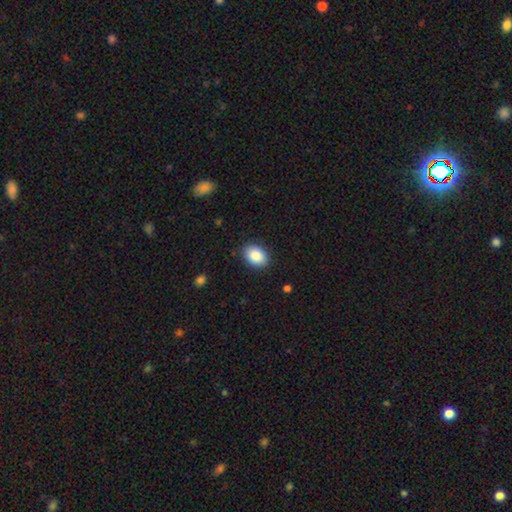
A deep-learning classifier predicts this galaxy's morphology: type=smooth (88%); roundness=in between (80%); merging=none (88%).